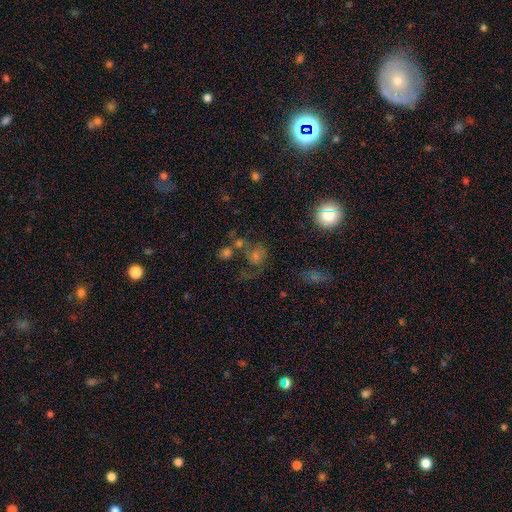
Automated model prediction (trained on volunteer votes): This is marginally a smooth galaxy (38%). Merging: marginally none (42%).